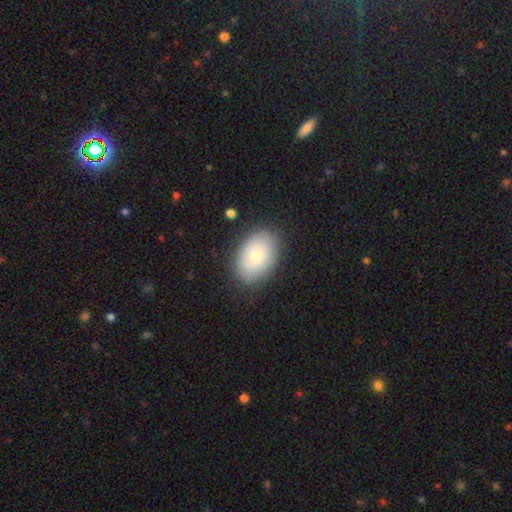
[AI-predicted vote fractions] This is likely a smooth galaxy (70%). How rounded: clearly in between (85%). Merging: clearly none (83%).